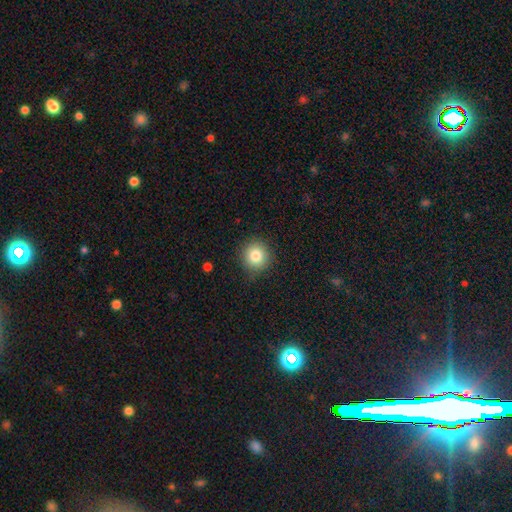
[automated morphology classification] smooth-or-featured: smooth: 82% | star or artifact: 10% | featured or disk: 8%
  how-rounded: round: 92% | in between: 7% | cigar-shaped: 1%
  merging: none: 86% | minor disturbance: 10% | major disturbance: 2% | merger: 1%